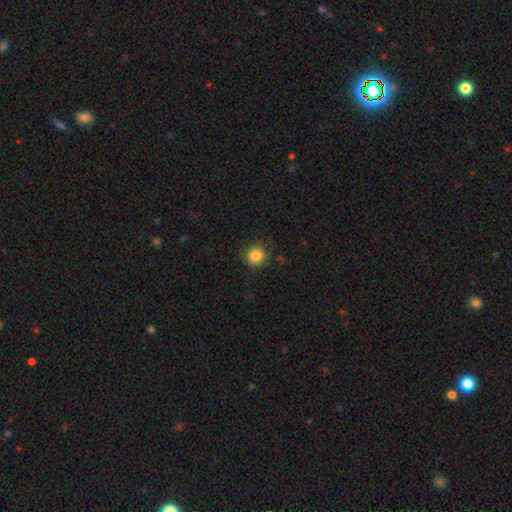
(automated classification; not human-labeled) smooth 84%, star or artifact 11%, featured or disk 5%. Down the decision tree: how rounded — round (93%); merging — none (86%).